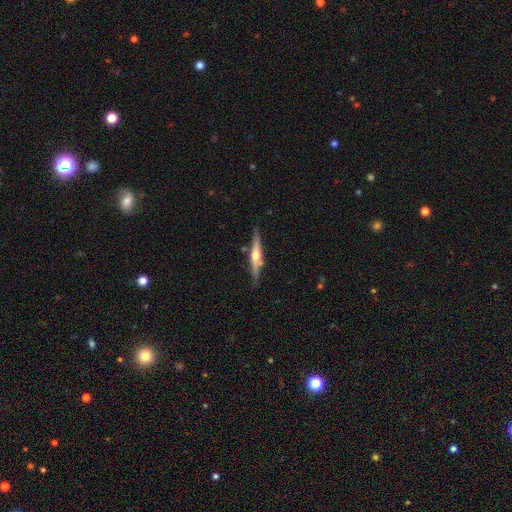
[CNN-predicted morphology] Q: Smooth or featured?
A: featured or disk (75%); runner-up: smooth (20%)
Q: Edge-on disk?
A: yes (98%); runner-up: no (2%)
Q: Edge-on bulge?
A: rounded (91%); runner-up: boxy (5%)
Q: Merging?
A: none (83%); runner-up: minor disturbance (11%)